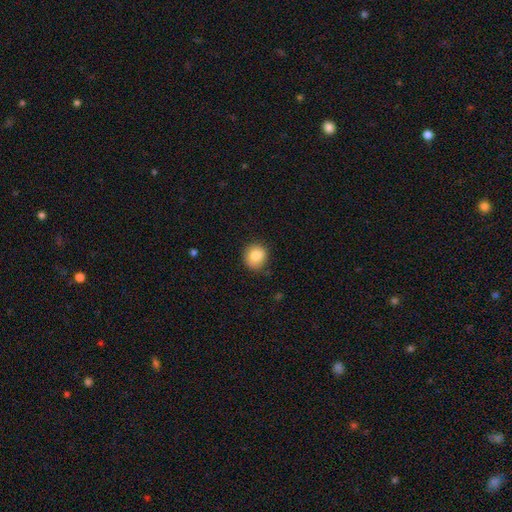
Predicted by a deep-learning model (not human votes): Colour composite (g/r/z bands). It shows a smooth galaxy with no disk features (84%) that is round (86%). Merging: none (84%).